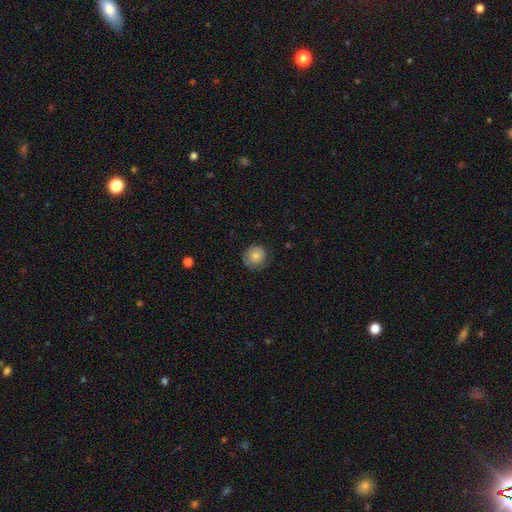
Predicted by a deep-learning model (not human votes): This appears to be a smooth galaxy with no disk features (74%) that is round (87%). Merging: none (71%).